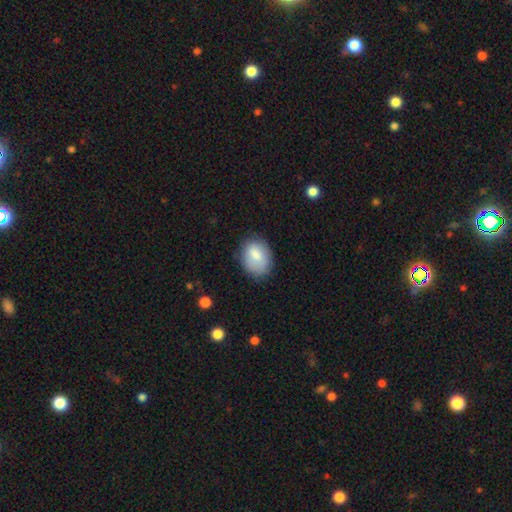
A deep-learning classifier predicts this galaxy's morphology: type=smooth (79%); roundness=in between (75%); merging=none (71%).